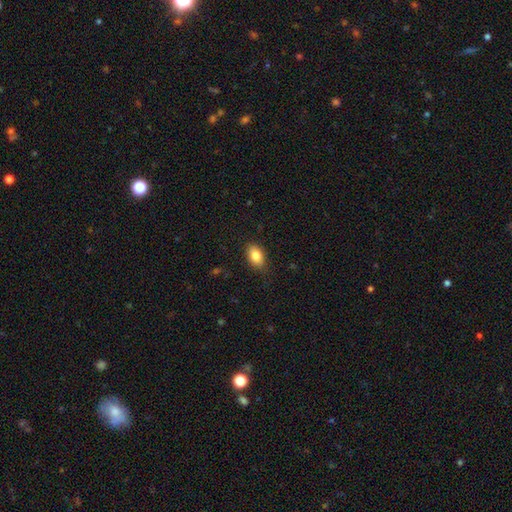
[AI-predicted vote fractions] smooth-or-featured: smooth: 84% | star or artifact: 8% | featured or disk: 8%
  how-rounded: in between: 87% | round: 11% | cigar-shaped: 2%
  merging: none: 84% | minor disturbance: 13% | major disturbance: 3% | merger: 1%